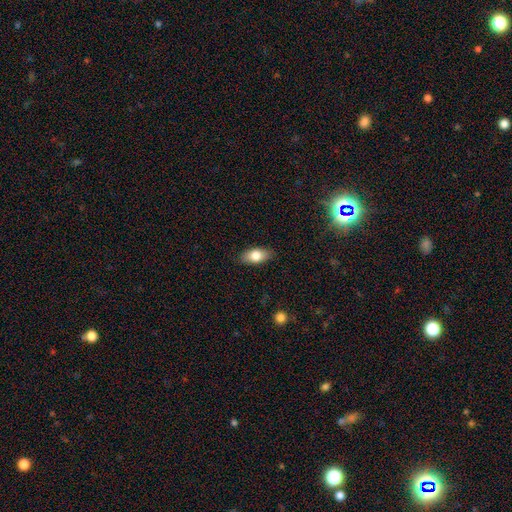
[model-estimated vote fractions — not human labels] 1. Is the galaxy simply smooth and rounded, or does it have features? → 78% smooth, 14% featured or disk, 7% star or artifact.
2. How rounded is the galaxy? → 89% in between, 6% cigar-shaped, 5% round.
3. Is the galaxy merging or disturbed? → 86% none, 11% minor disturbance, 2% major disturbance, 1% merger.